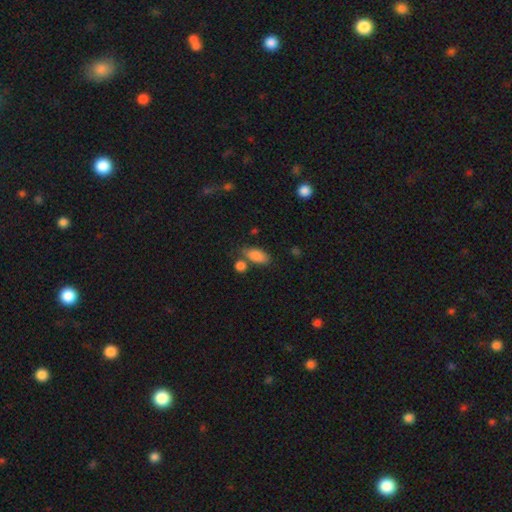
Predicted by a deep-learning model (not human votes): A smooth galaxy with no disk features (85%) that is in between round and cigar-shaped (86%). Merging: none (62%).